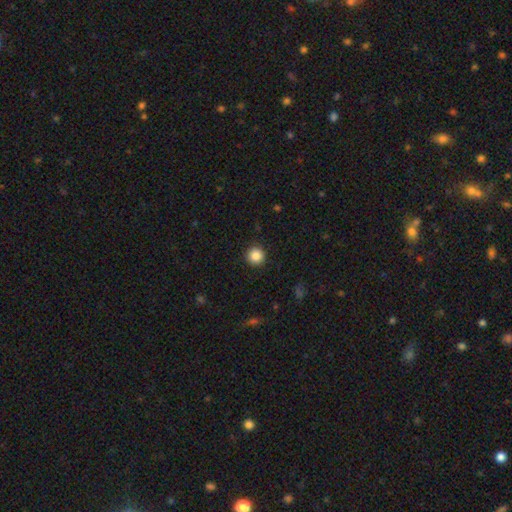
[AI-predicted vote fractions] Q: Smooth or featured?
A: smooth (87%); runner-up: star or artifact (10%)
Q: How rounded?
A: round (96%); runner-up: in between (3%)
Q: Merging?
A: none (92%); runner-up: minor disturbance (5%)